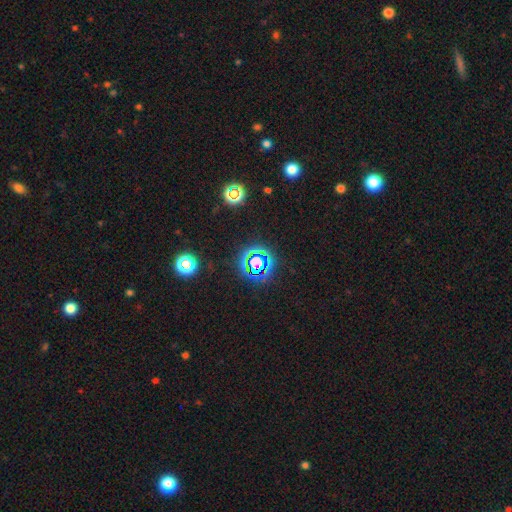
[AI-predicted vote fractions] Q: Smooth or featured?
A: star or artifact (77%); runner-up: smooth (16%)